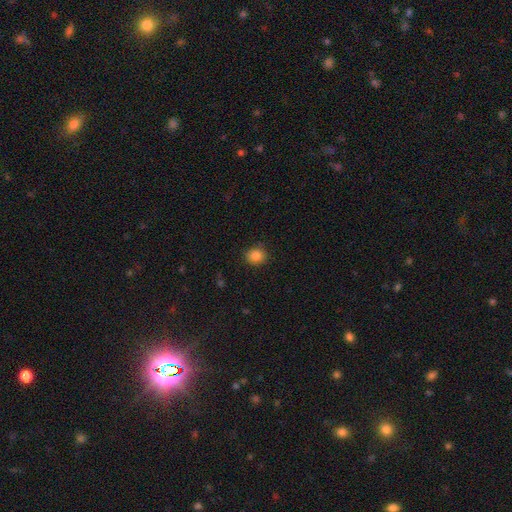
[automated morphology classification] Smooth or featured?
  - smooth: 86% *
  - star or artifact: 10%
  - featured or disk: 3%
How rounded?
  - round: 73% *
  - in between: 26%
  - cigar-shaped: 1%
Merging?
  - none: 85% *
  - minor disturbance: 11%
  - major disturbance: 3%
  - merger: 1%